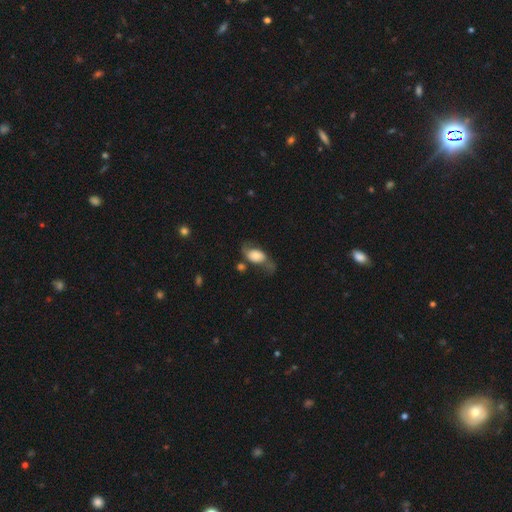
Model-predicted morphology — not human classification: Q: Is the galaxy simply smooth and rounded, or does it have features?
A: smooth — 56%.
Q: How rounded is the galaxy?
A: in between — 86%.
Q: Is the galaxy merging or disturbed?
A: none — 40%.